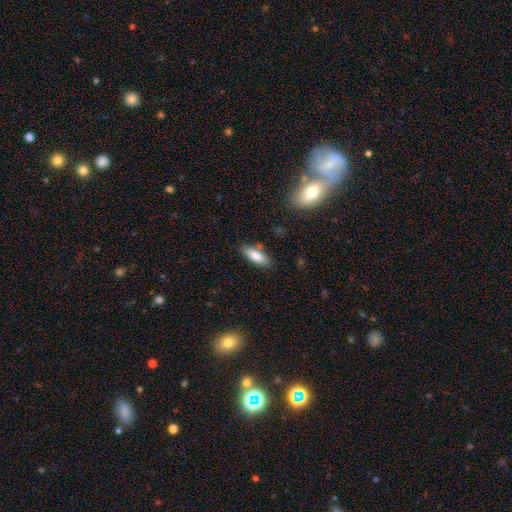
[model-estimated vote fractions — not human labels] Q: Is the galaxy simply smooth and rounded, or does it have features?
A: smooth — 82%.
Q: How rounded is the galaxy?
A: in between — 67%.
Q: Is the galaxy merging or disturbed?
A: none — 80%.